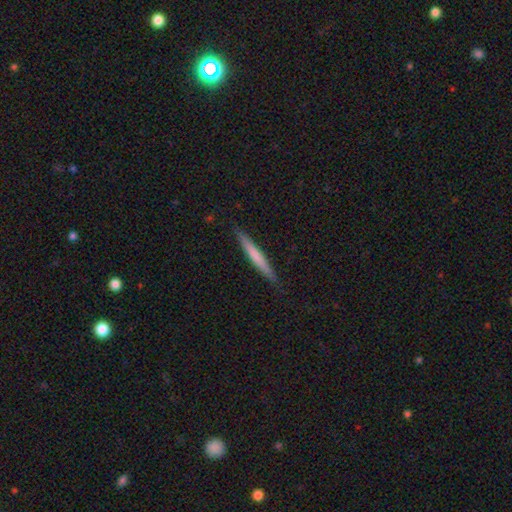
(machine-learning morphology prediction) Smooth or featured?
  - smooth: 60% *
  - featured or disk: 34%
  - star or artifact: 5%
How rounded?
  - cigar-shaped: 96% *
  - in between: 3%
  - round: 1%
Merging?
  - none: 90% *
  - minor disturbance: 8%
  - major disturbance: 1%
  - merger: 1%